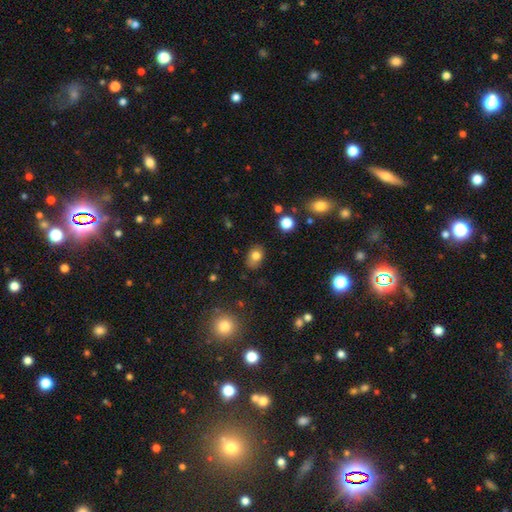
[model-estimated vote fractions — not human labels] smooth_or_featured: smooth (p=0.78) [alt: star or artifact p=0.11]
how_rounded: in between (p=0.73) [alt: round p=0.26]
merging: none (p=0.73) [alt: minor disturbance p=0.20]